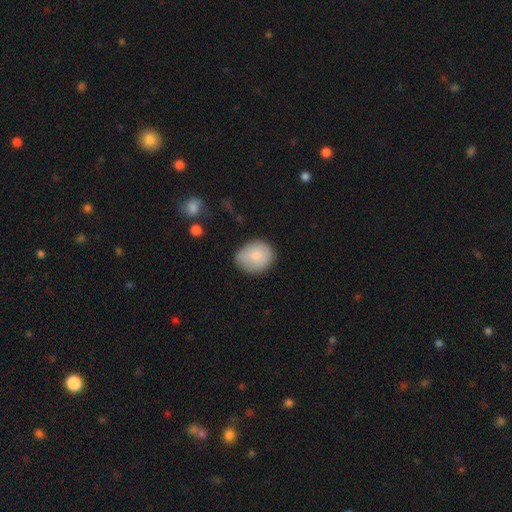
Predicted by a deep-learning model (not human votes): Smooth or featured? Predicted: smooth (p=0.80). How rounded? Predicted: round (p=0.61). Merging? Predicted: none (p=0.66).